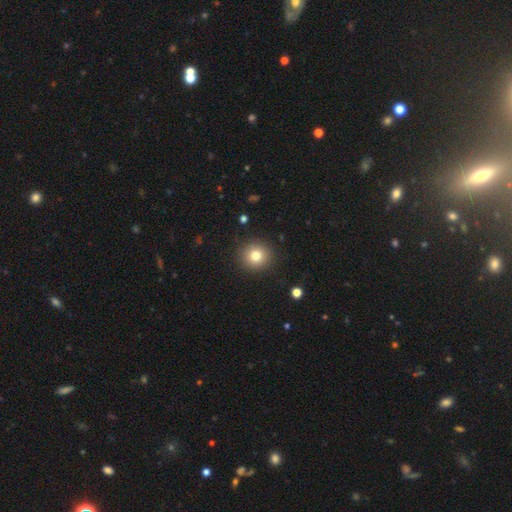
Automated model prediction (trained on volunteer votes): smooth 79%, star or artifact 12%, featured or disk 9%. Down the decision tree: how rounded — round (92%); merging — none (91%).